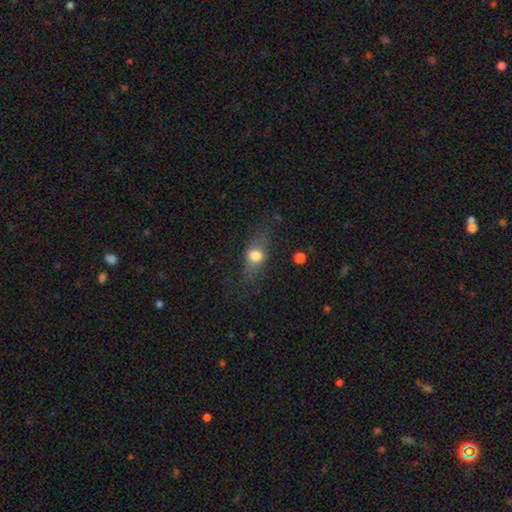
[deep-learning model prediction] This is likely a smooth galaxy (61%). How rounded: likely in between (63%). Merging: likely none (63%).